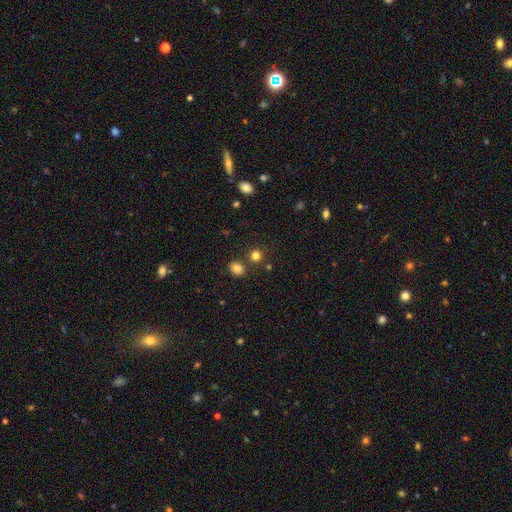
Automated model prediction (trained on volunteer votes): smooth_or_featured: smooth (p=0.81) [alt: star or artifact p=0.14]
how_rounded: round (p=0.85) [alt: in between p=0.14]
merging: none (p=0.76) [alt: merger p=0.13]